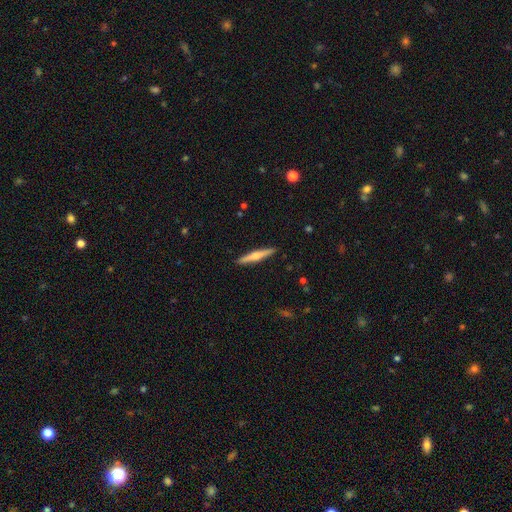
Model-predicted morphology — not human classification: featured or disk 56%, smooth 39%, star or artifact 5%. Down the decision tree: edge-on disk — yes (97%); edge-on bulge — rounded (84%); merging — none (92%).